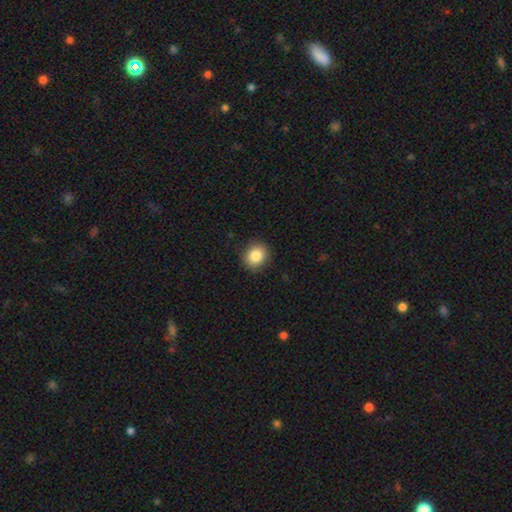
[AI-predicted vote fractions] Smooth or featured? Predicted: smooth (p=0.86). How rounded? Predicted: round (p=0.74). Merging? Predicted: none (p=0.89).